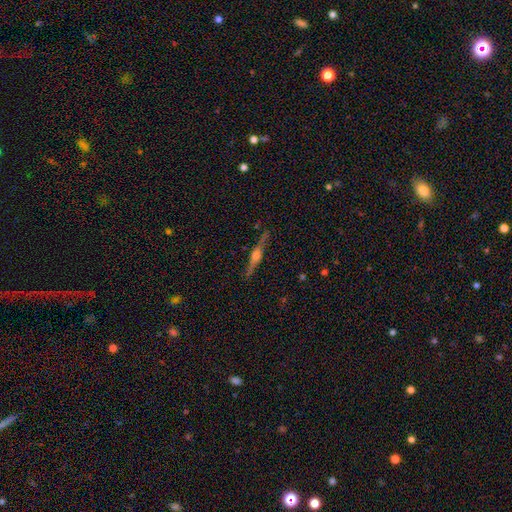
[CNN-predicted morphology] smooth_or_featured: featured or disk (p=0.80) [alt: smooth p=0.13]
disk_edge_on: yes (p=0.98) [alt: no p=0.02]
edge_on_bulge: rounded (p=0.85) [alt: boxy p=0.11]
merging: none (p=0.89) [alt: minor disturbance p=0.08]